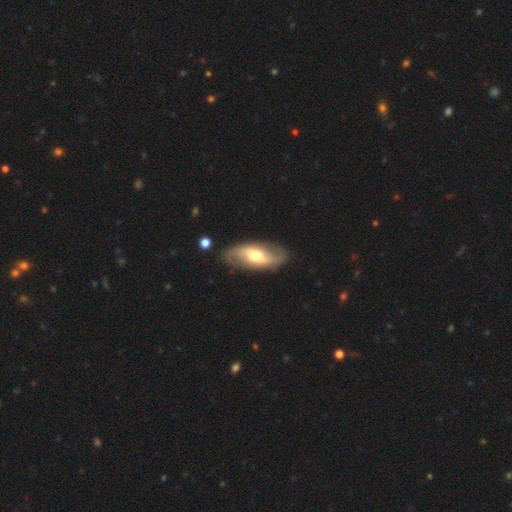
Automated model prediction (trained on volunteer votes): Smooth or featured? featured or disk (66%)
Edge-on disk? no (89%)
Bar? no (40%)
Spiral arms? yes (75%)
Bulge size? moderate (70%)
Merging? none (81%)